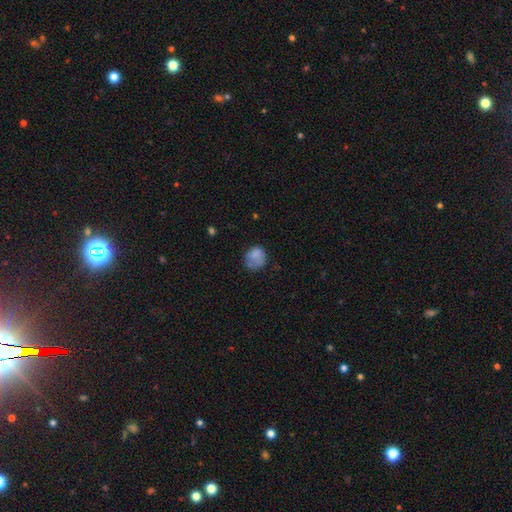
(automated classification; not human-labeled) Q: Smooth or featured?
A: smooth (76%); runner-up: featured or disk (15%)
Q: How rounded?
A: round (67%); runner-up: in between (32%)
Q: Merging?
A: none (49%); runner-up: minor disturbance (29%)